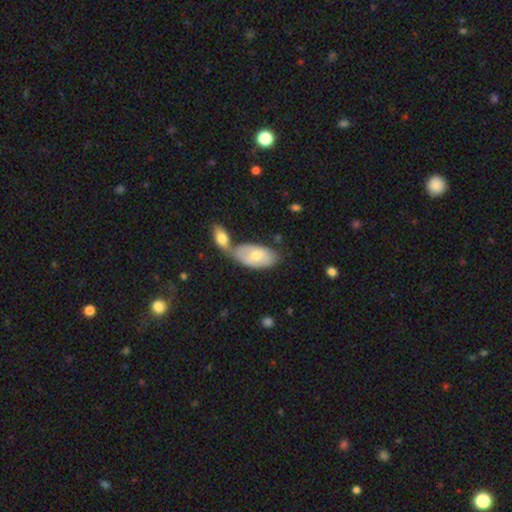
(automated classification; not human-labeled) smooth_or_featured: smooth (p=0.64) [alt: featured or disk p=0.31]
how_rounded: in between (p=0.94) [alt: cigar-shaped p=0.04]
merging: merger (p=0.45) [alt: none p=0.36]